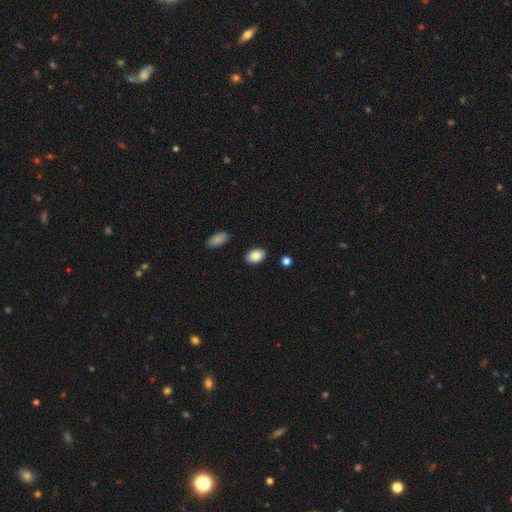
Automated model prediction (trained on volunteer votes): A smooth galaxy with no disk features (86%) that is in between round and cigar-shaped (86%).

Vote fractions:
- Smooth or featured? smooth: 86% / star or artifact: 8% / featured or disk: 7%
- How rounded? in between: 86% / round: 13% / cigar-shaped: 1%
- Merging? none: 87% / minor disturbance: 9% / merger: 2% / major disturbance: 2%